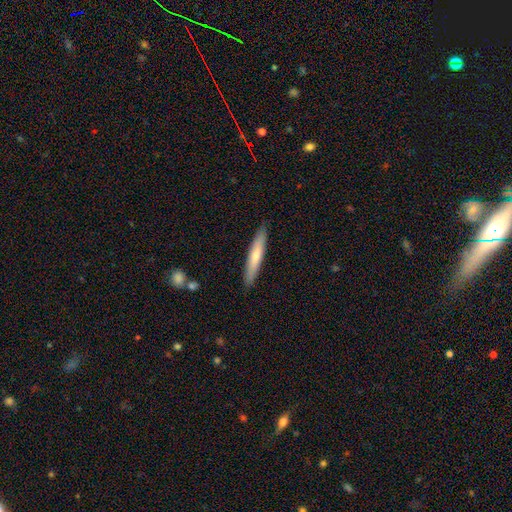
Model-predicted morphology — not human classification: type=smooth (63%); roundness=cigar-shaped (91%); merging=none (89%).